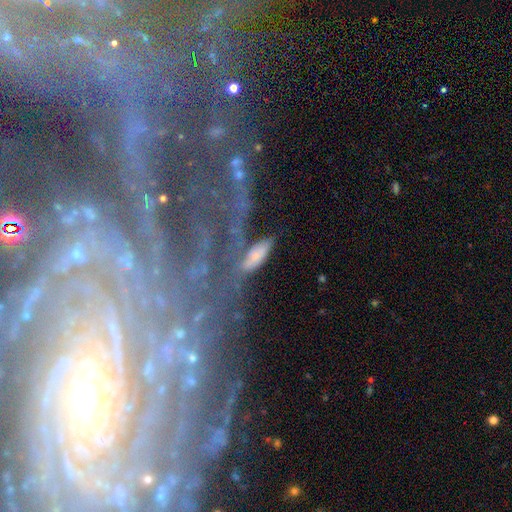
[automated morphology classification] This is possibly a smooth galaxy (52%). How rounded: possibly in between (48%). Merging: possibly none (51%).